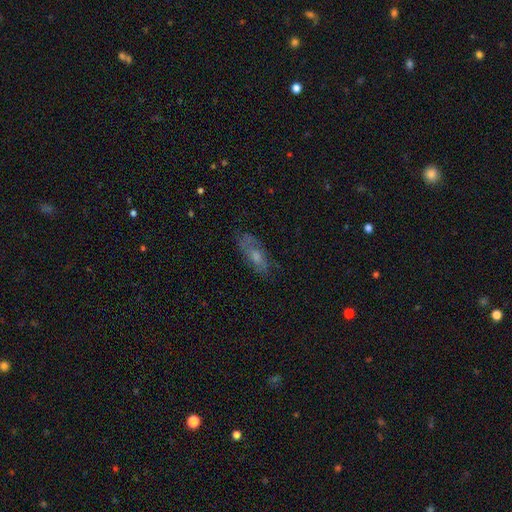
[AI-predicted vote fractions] Overall: featured or disk (49%; smooth 40%). Merging: none (69%).